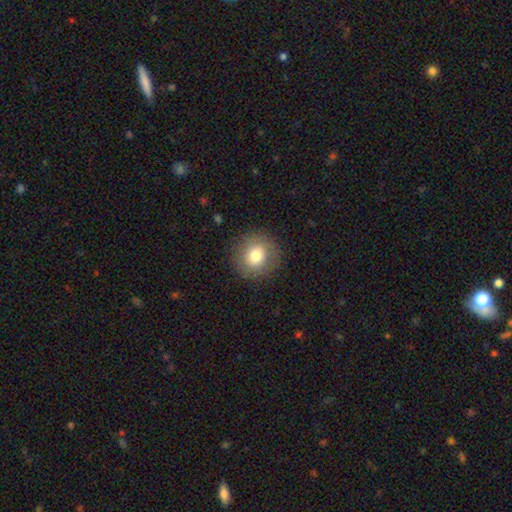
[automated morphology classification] type=smooth (77%); roundness=round (90%); merging=none (87%).